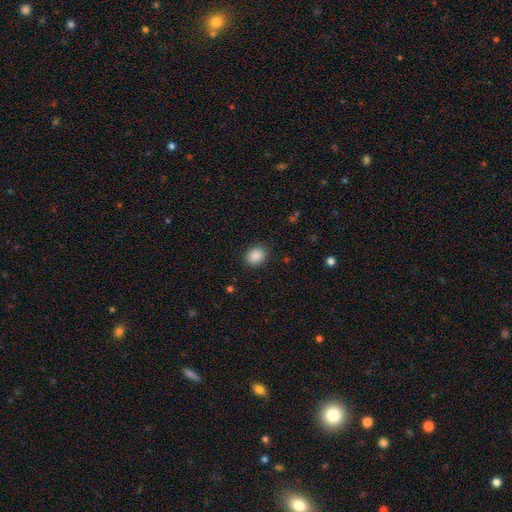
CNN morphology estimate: The model was most divided on "how rounded": in between: 50%, round: 49%, cigar-shaped: 1%. More confident: smooth or featured — smooth (89%); merging — none (87%).